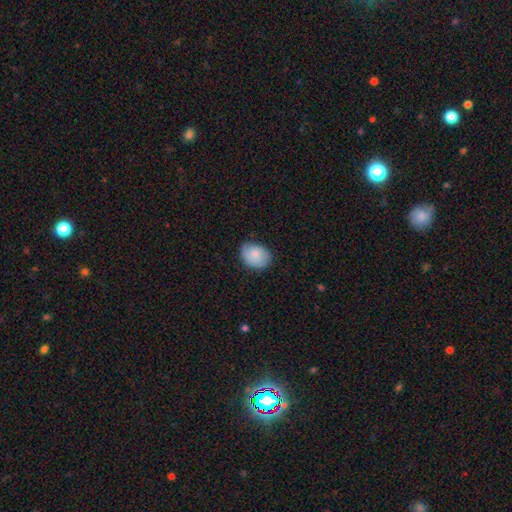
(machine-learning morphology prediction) Smooth or featured: smooth — 83% (featured or disk — 11%)
How rounded: in between — 61% (round — 38%)
Merging: none — 72% (minor disturbance — 23%)